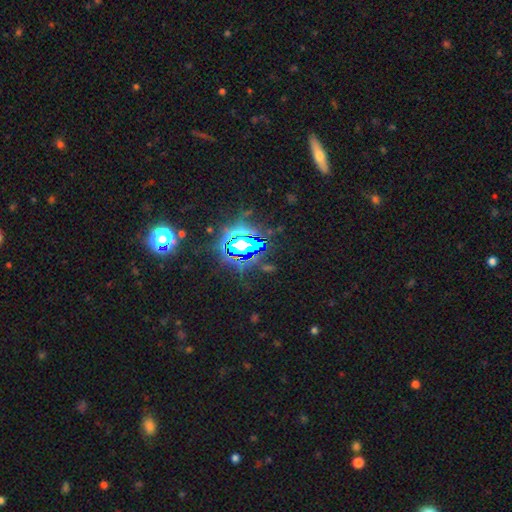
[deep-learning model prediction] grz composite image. It shows a star or artifact, not a galaxy (80%).